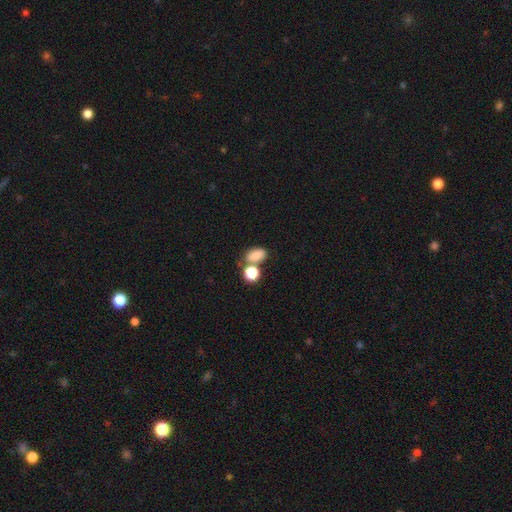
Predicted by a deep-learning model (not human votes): smooth_or_featured: smooth (p=0.83) [alt: star or artifact p=0.11]
how_rounded: in between (p=0.82) [alt: round p=0.16]
merging: none (p=0.53) [alt: merger p=0.30]